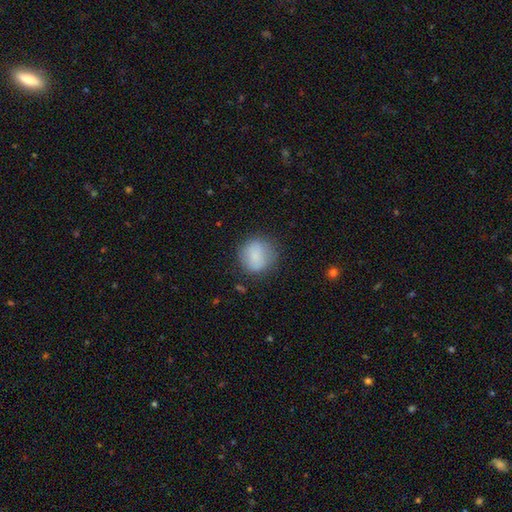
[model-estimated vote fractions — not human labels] Smooth or featured? smooth (80%)
How rounded? round (80%)
Merging? none (71%)